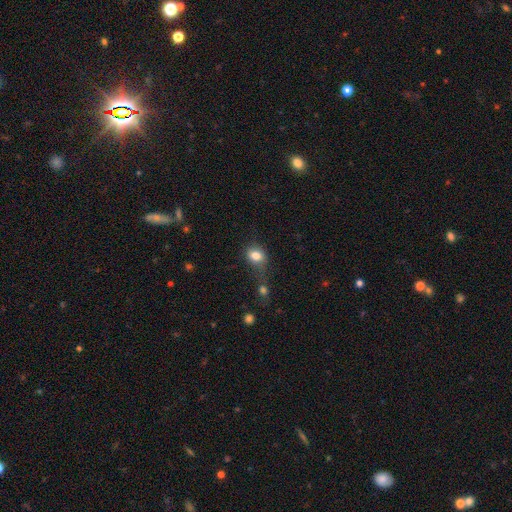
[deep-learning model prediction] A smooth galaxy with no disk features (81%) that is in between round and cigar-shaped (53%).

Vote fractions:
- Smooth or featured? smooth: 81% / star or artifact: 11% / featured or disk: 9%
- How rounded? in between: 53% / round: 46% / cigar-shaped: 2%
- Merging? none: 45% / merger: 22% / minor disturbance: 21% / major disturbance: 12%